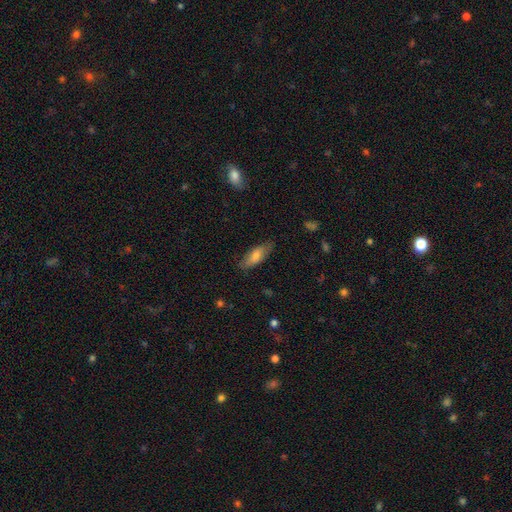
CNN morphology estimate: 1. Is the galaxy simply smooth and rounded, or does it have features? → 71% smooth, 23% featured or disk, 6% star or artifact.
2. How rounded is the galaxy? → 67% in between, 31% cigar-shaped, 2% round.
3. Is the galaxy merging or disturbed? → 80% none, 15% minor disturbance, 3% major disturbance, 1% merger.